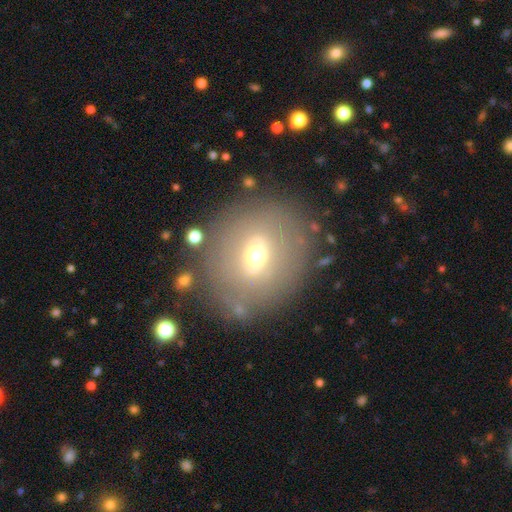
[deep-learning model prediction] Morphology: type=smooth (44%); merging=none (77%).